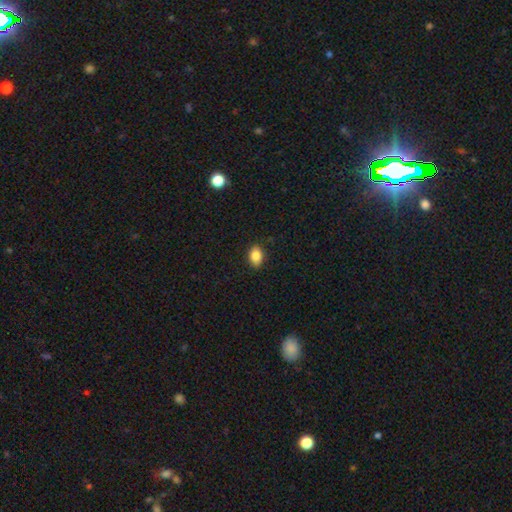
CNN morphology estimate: The model was most divided on "how rounded": in between: 80%, round: 19%, cigar-shaped: 2%. More confident: merging — none (87%); smooth or featured — smooth (85%).